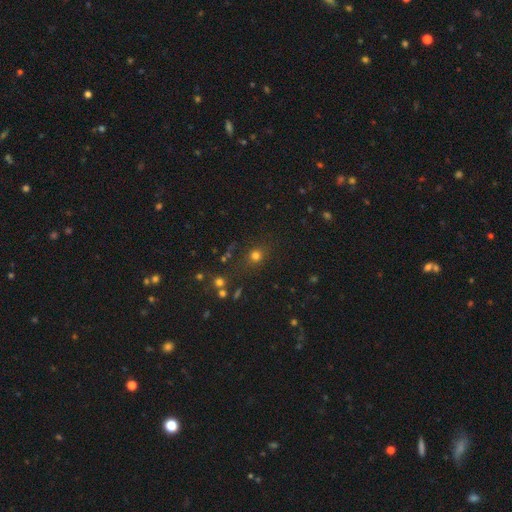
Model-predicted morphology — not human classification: A smooth galaxy with no disk features (72%) that is round (82%). Merging: none (79%).